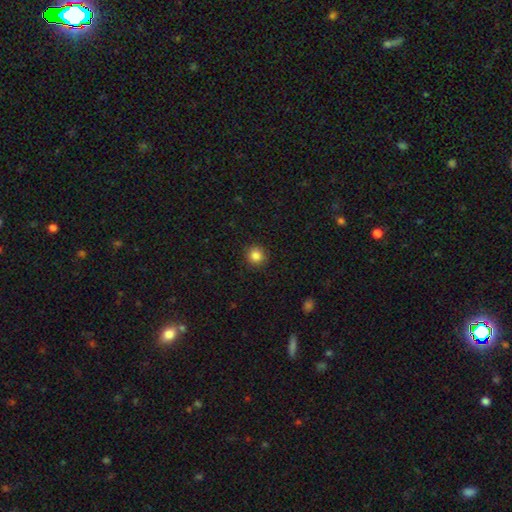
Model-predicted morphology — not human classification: This is clearly a smooth galaxy (85%). How rounded: clearly round (94%). Merging: clearly none (92%).